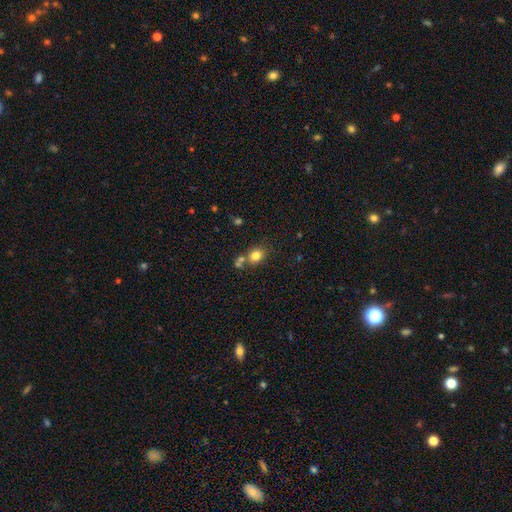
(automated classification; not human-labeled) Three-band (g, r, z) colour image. It shows a smooth galaxy with no disk features (80%) that is round (67%). Merging: none (64%).